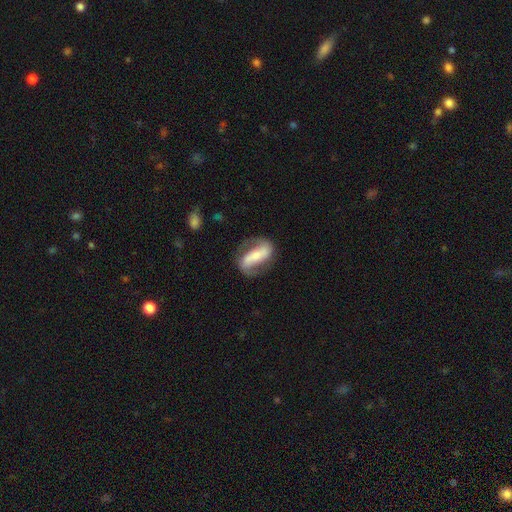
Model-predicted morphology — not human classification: A featured or disk galaxy (73%) with a strong bar (62%), 2 (88%) medium (40%) spiral arms (87%) and a small central bulge (41%). Merging: none (72%).